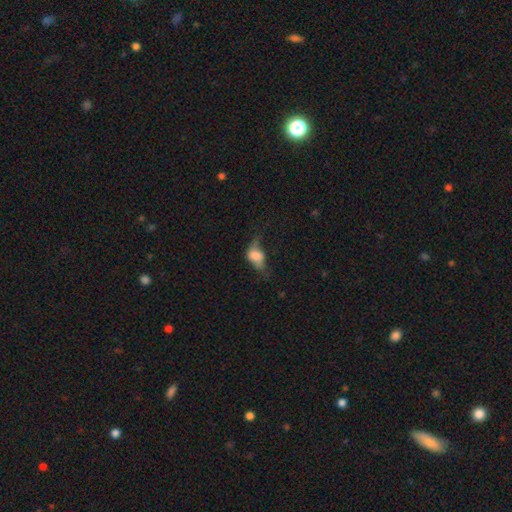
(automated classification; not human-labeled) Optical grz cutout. It shows a smooth galaxy with no disk features (63%) that is in between round and cigar-shaped (77%). Merging: major disturbance (42%).